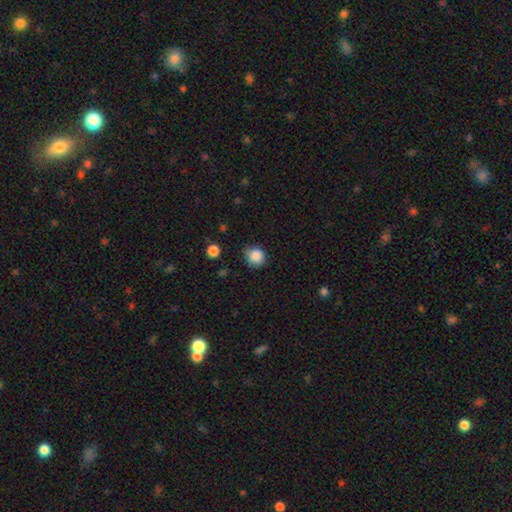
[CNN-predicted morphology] Smooth or featured?
  - smooth: 86% *
  - star or artifact: 10%
  - featured or disk: 4%
How rounded?
  - round: 85% *
  - in between: 15%
  - cigar-shaped: 1%
Merging?
  - none: 72% *
  - minor disturbance: 21%
  - major disturbance: 4%
  - merger: 2%